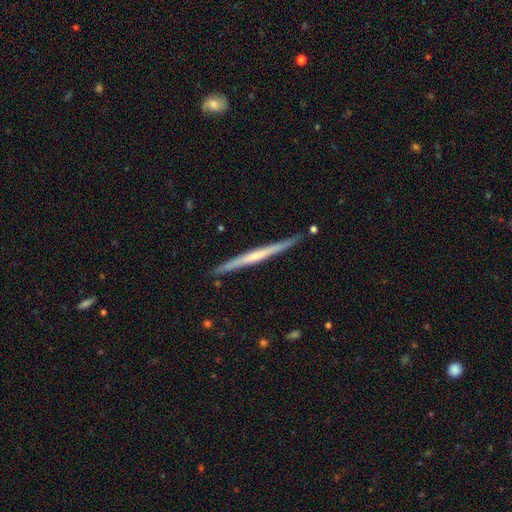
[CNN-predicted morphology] Smooth or featured: featured or disk — 72% (smooth — 22%)
Edge-on disk: yes — 98% (no — 2%)
Edge-on bulge: rounded — 50% (none — 42%)
Merging: none — 89% (minor disturbance — 8%)